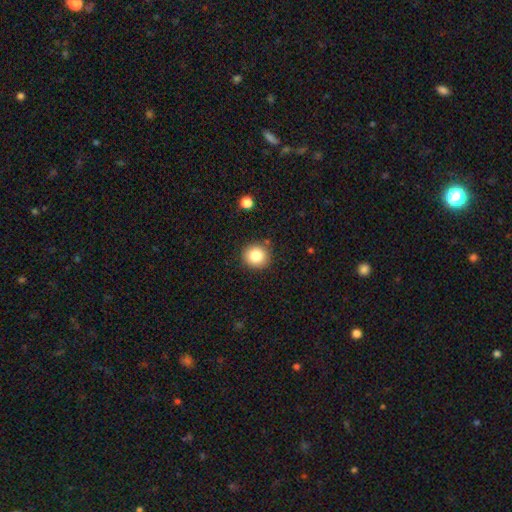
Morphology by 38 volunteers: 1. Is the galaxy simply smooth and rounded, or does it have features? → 92% smooth, 5% star or artifact, 3% featured or disk.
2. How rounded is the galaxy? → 97% round, 3% in between, 0% cigar-shaped.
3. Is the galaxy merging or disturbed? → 83% none, 11% minor disturbance, 3% major disturbance, 3% merger.